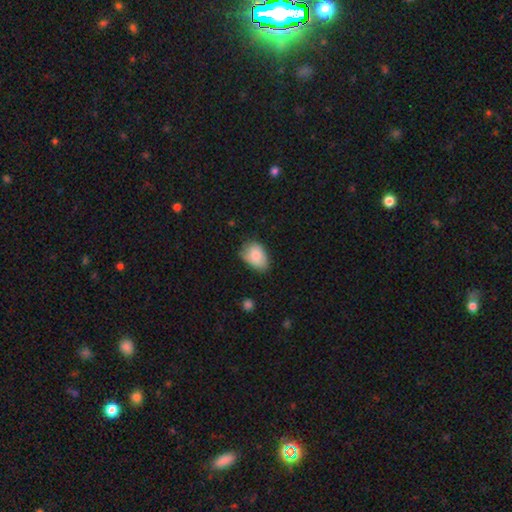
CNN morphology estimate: Q: Smooth or featured?
A: smooth (82%); runner-up: featured or disk (11%)
Q: How rounded?
A: in between (80%); runner-up: round (19%)
Q: Merging?
A: none (56%); runner-up: minor disturbance (36%)